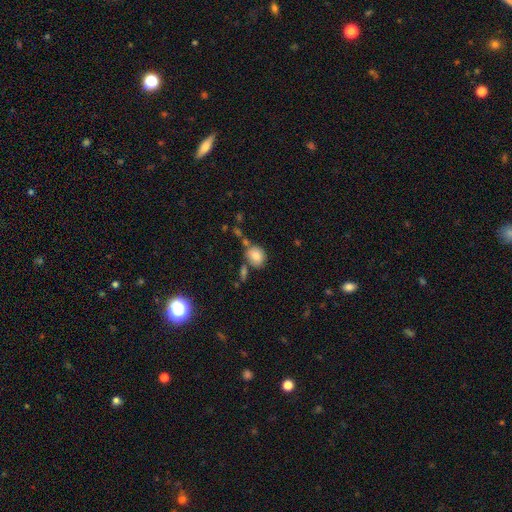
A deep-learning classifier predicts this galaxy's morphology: Smooth or featured? Predicted: smooth (p=0.80). How rounded? Predicted: round (p=0.64). Merging? Predicted: none (p=0.59).